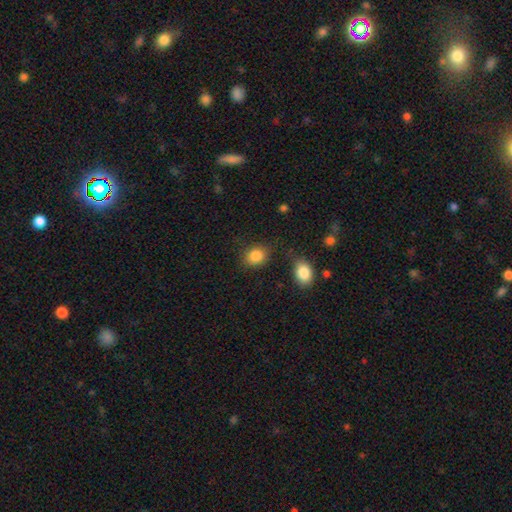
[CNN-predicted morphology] Smooth or featured? Predicted: smooth (p=0.86). How rounded? Predicted: round (p=0.53). Merging? Predicted: none (p=0.78).